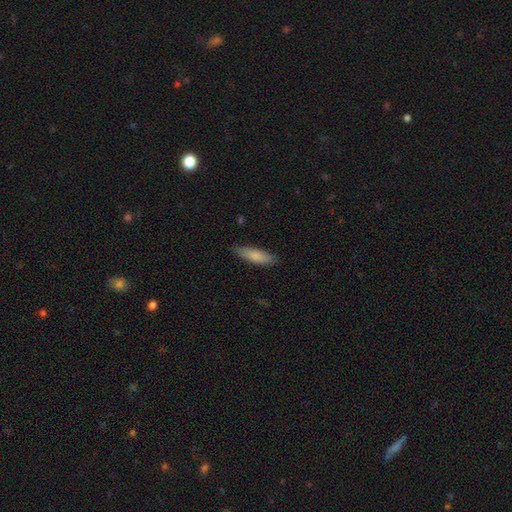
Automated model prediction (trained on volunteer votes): This is clearly a smooth galaxy (82%). How rounded: possibly cigar-shaped (55%). Merging: clearly none (82%).